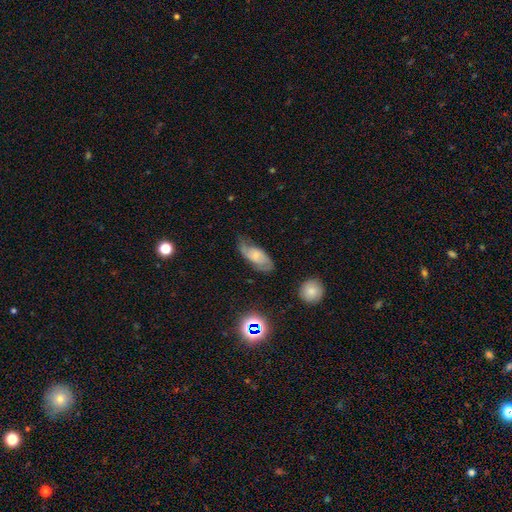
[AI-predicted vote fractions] smooth-or-featured: featured or disk: 48% | smooth: 43% | star or artifact: 9%
  merging: none: 53% | minor disturbance: 31% | major disturbance: 13% | merger: 2%